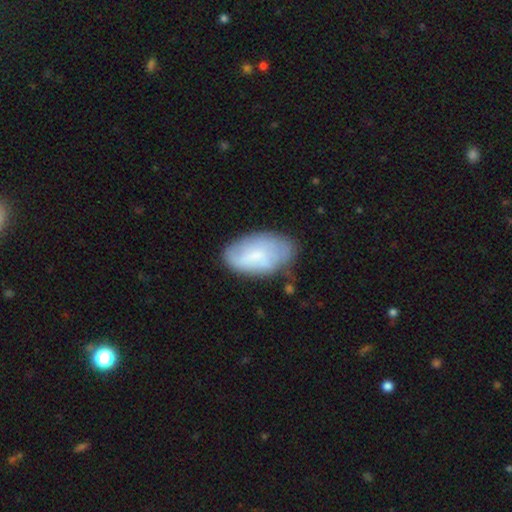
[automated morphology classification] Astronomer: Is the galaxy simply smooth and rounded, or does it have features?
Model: smooth — 60%.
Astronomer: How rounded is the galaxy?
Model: in between — 94%.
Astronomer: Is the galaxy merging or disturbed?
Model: none — 56%.